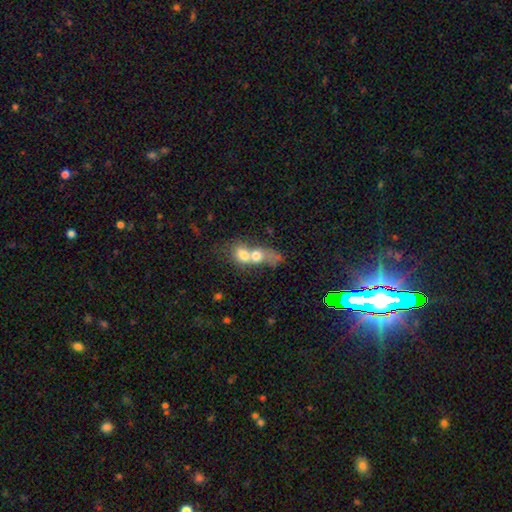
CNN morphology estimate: smooth 66%, featured or disk 25%, star or artifact 10%. Down the decision tree: how rounded — in between (52%); merging — merger (81%).